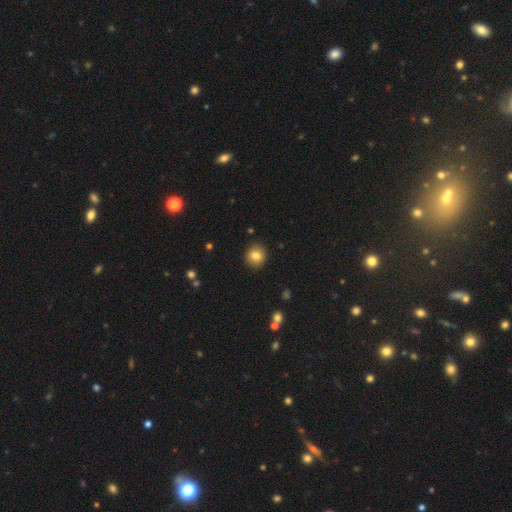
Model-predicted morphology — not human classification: smooth 82%, star or artifact 10%, featured or disk 8%. Down the decision tree: how rounded — round (89%); merging — none (91%).